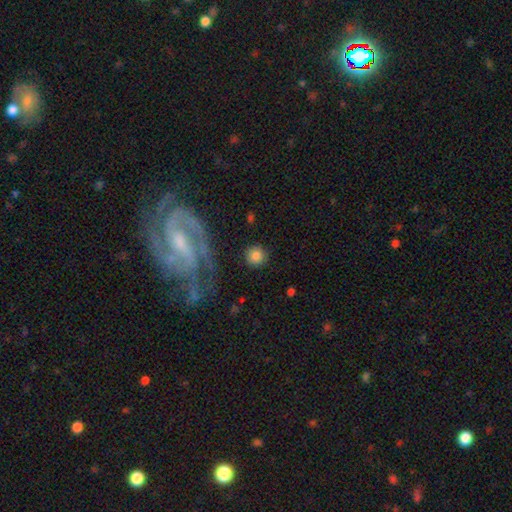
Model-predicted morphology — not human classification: This appears to be a smooth galaxy with no disk features (81%) that is round (93%). Merging: none (87%).